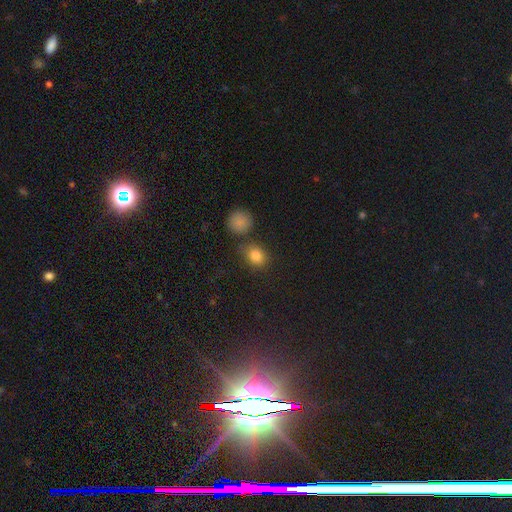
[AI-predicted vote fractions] Q: Smooth or featured?
A: smooth (82%); runner-up: star or artifact (12%)
Q: How rounded?
A: round (55%); runner-up: in between (44%)
Q: Merging?
A: none (73%); runner-up: minor disturbance (12%)